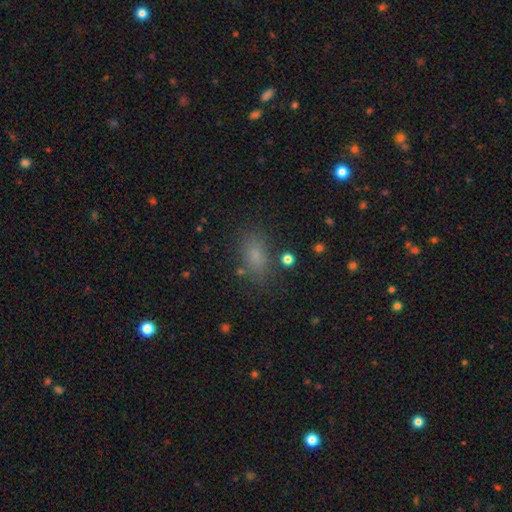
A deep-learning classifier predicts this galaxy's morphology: This appears to be a smooth galaxy with no disk features (76%) that is in between round and cigar-shaped (84%). Merging: none (79%).